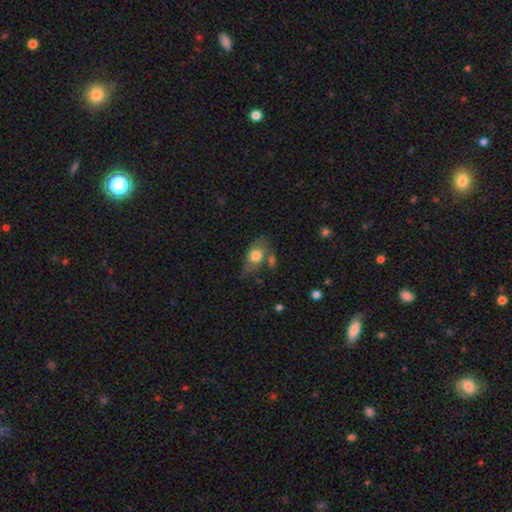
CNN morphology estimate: type=smooth (70%); roundness=in between (78%); merging=none (49%).